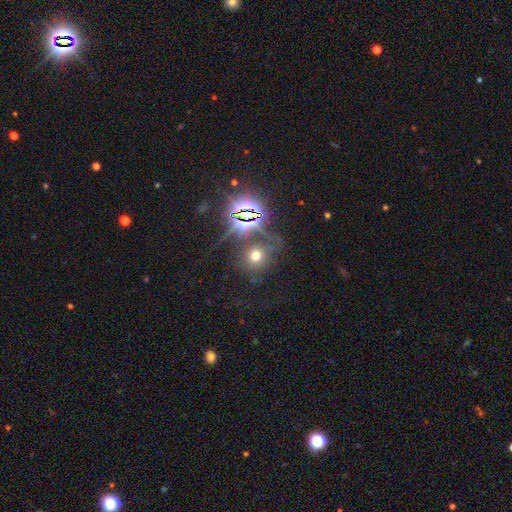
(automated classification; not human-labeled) smooth-or-featured: smooth: 51% | star or artifact: 37% | featured or disk: 12%
  how-rounded: round: 78% | in between: 21% | cigar-shaped: 2%
  merging: none: 72% | minor disturbance: 12% | major disturbance: 9% | merger: 7%